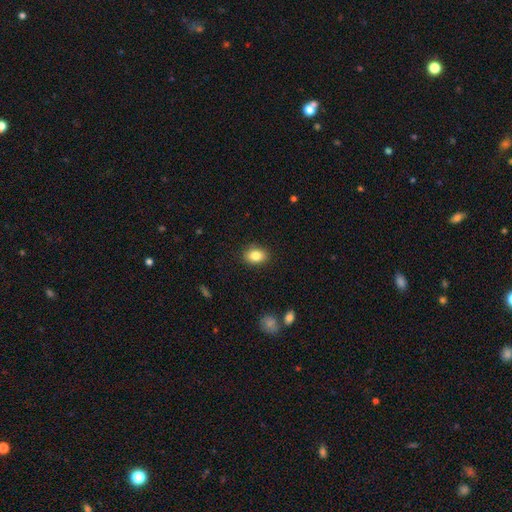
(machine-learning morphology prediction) A smooth galaxy with no disk features (84%) that is in between round and cigar-shaped (74%). Merging: none (89%).